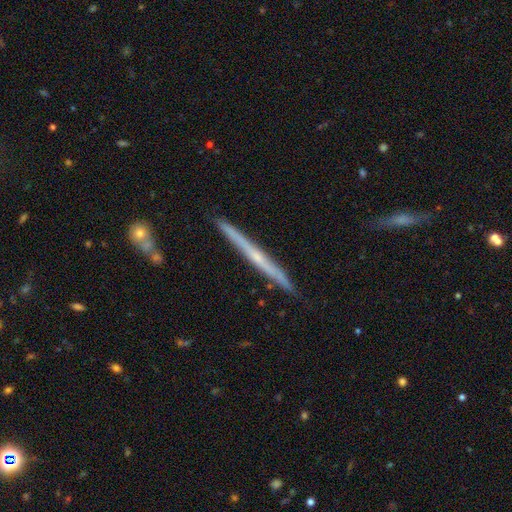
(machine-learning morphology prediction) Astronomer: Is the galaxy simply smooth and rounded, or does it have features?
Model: featured or disk — 70%.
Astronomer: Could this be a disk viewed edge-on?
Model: yes — 98%.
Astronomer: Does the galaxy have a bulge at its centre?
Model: none — 53% (runner-up: rounded, 43%).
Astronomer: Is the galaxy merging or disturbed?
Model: none — 89%.